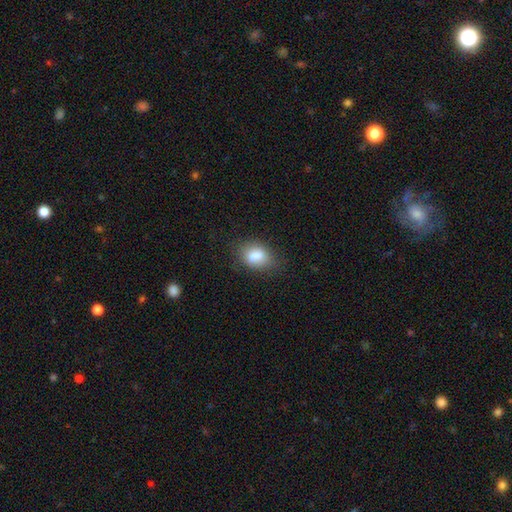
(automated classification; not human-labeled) A smooth galaxy with no disk features (82%) that is in between round and cigar-shaped (74%). Merging: none (69%).